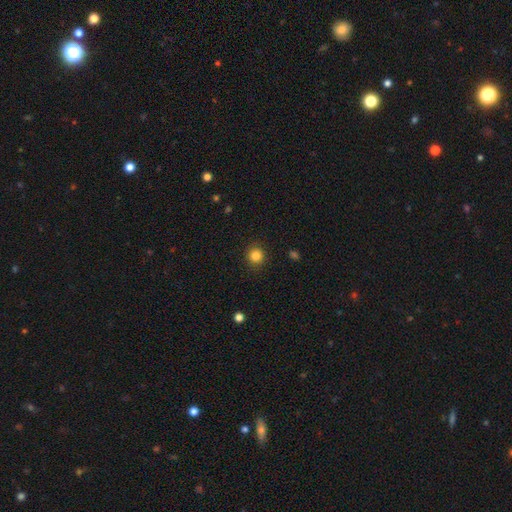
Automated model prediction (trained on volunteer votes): smooth 84%, star or artifact 12%, featured or disk 4%. Down the decision tree: how rounded — round (93%); merging — none (91%).